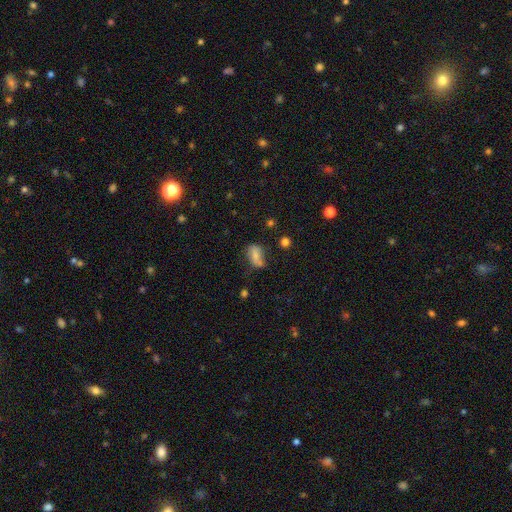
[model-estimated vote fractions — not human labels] smooth_or_featured: smooth (p=0.67) [alt: featured or disk p=0.22]
how_rounded: in between (p=0.84) [alt: round p=0.12]
merging: none (p=0.44) [alt: minor disturbance p=0.30]